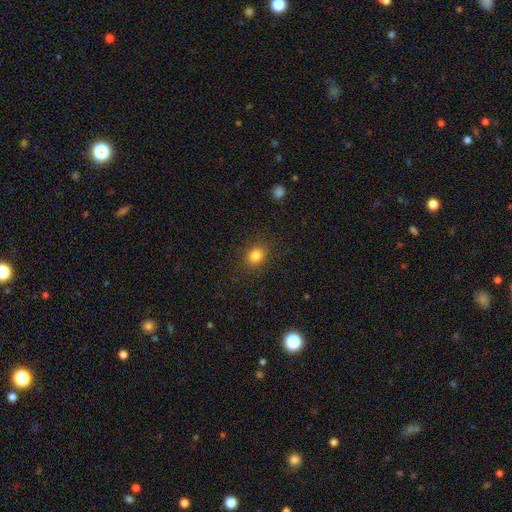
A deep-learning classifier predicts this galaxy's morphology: smooth_or_featured: smooth (p=0.82) [alt: star or artifact p=0.12]
how_rounded: round (p=0.65) [alt: in between p=0.34]
merging: none (p=0.88) [alt: minor disturbance p=0.08]